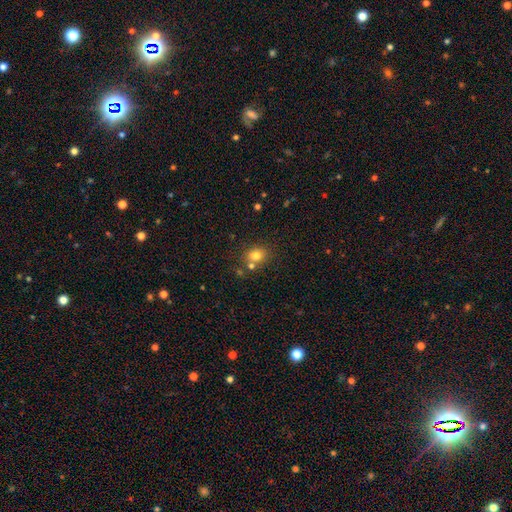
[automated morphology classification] This is likely a smooth galaxy (78%). How rounded: possibly round (55%). Merging: likely none (65%).